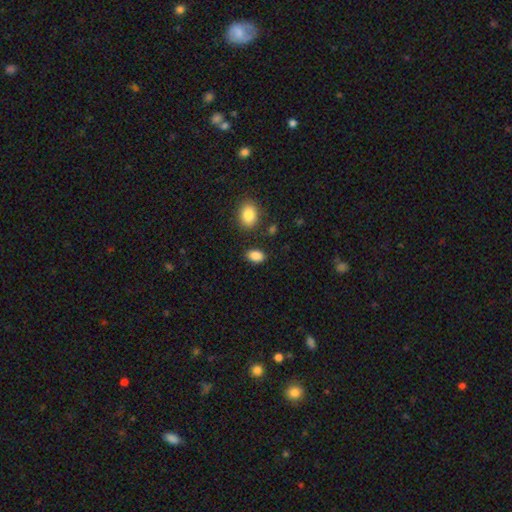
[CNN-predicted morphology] smooth_or_featured: smooth (p=0.88) [alt: star or artifact p=0.09]
how_rounded: in between (p=0.88) [alt: round p=0.11]
merging: none (p=0.83) [alt: minor disturbance p=0.11]